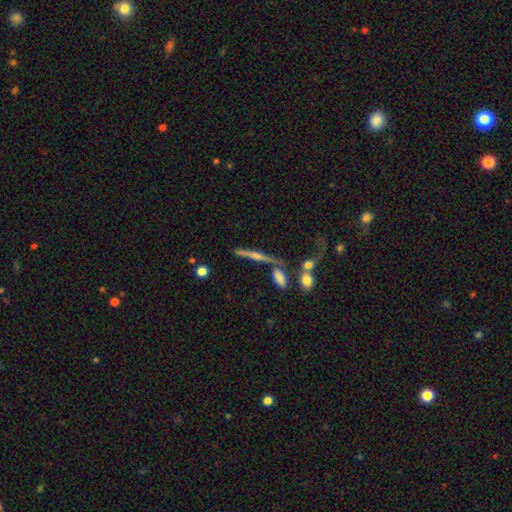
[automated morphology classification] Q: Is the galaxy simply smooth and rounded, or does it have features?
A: featured or disk — 69%.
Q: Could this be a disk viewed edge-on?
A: yes — 94%.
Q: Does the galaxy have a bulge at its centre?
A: rounded — 80%.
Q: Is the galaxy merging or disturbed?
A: none — 66%.